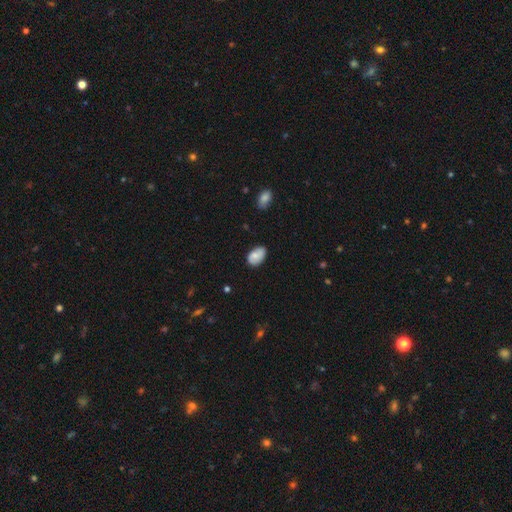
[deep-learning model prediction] smooth 69%, featured or disk 24%, star or artifact 7%. Down the decision tree: how rounded — in between (89%); merging — none (74%).